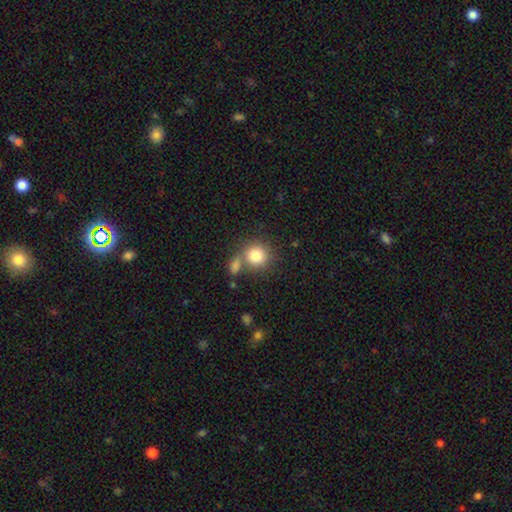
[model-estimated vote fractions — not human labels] The model was most divided on "merging": none: 55%, merger: 30%, minor disturbance: 11%, major disturbance: 5%. More confident: how rounded — round (87%); smooth or featured — smooth (82%).